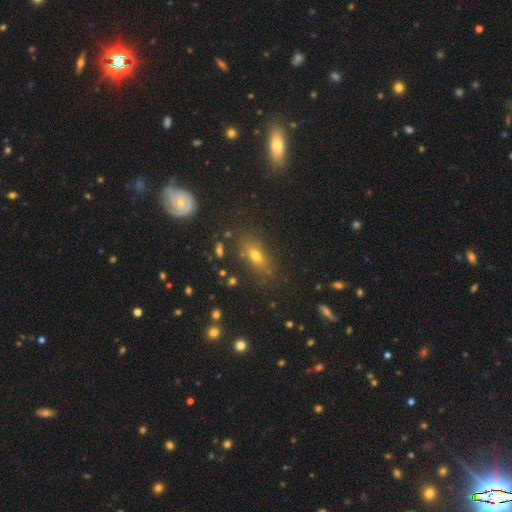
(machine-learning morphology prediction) smooth_or_featured: smooth (p=0.59) [alt: star or artifact p=0.21]
how_rounded: in between (p=0.72) [alt: round p=0.17]
merging: none (p=0.76) [alt: minor disturbance p=0.14]